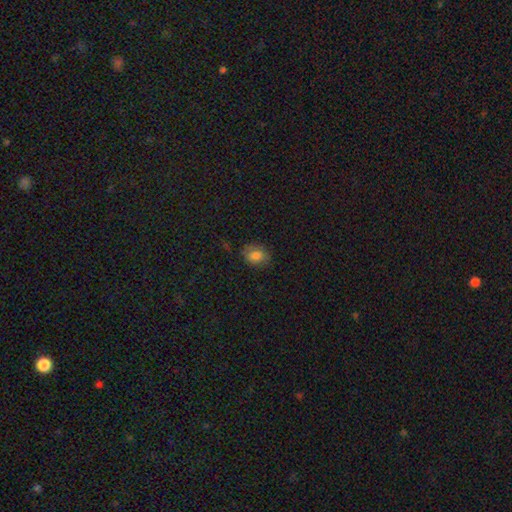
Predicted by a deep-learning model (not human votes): Overall: smooth (80%). How rounded: in between (61%; round 38%). Merging: none (75%).